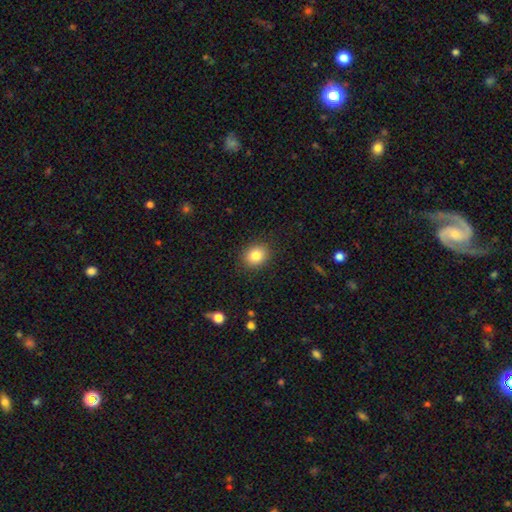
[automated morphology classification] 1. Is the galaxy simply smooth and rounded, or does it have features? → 83% smooth, 10% star or artifact, 7% featured or disk.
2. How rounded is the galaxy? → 61% round, 38% in between, 1% cigar-shaped.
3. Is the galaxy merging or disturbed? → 89% none, 8% minor disturbance, 2% major disturbance, 1% merger.